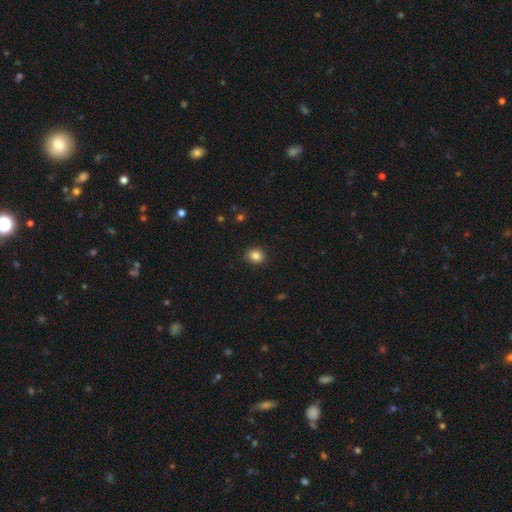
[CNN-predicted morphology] The model was most divided on "how rounded": round: 72%, in between: 27%, cigar-shaped: 1%. More confident: merging — none (88%); smooth or featured — smooth (85%).